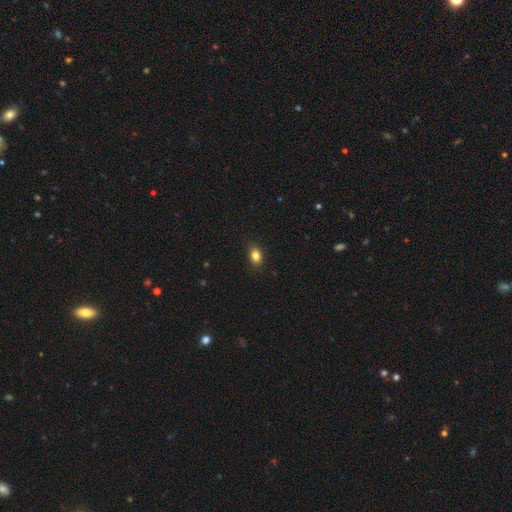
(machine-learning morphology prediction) A smooth galaxy with no disk features (84%) that is in between round and cigar-shaped (78%).

Vote fractions:
- Smooth or featured? smooth: 84% / star or artifact: 10% / featured or disk: 6%
- How rounded? in between: 78% / round: 20% / cigar-shaped: 2%
- Merging? none: 87% / minor disturbance: 10% / major disturbance: 2% / merger: 1%